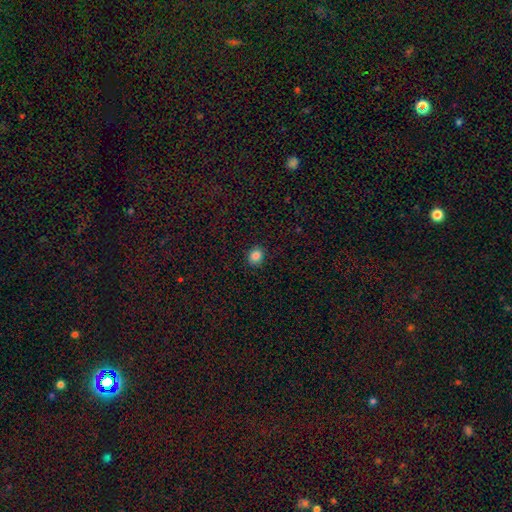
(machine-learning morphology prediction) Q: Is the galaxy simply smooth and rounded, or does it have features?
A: smooth — 85%.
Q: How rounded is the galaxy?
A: round — 71%.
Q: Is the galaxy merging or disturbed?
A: none — 90%.